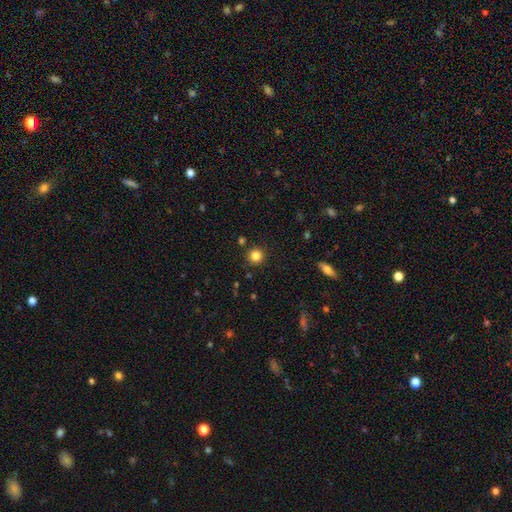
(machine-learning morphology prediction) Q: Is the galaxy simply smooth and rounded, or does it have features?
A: smooth — 83%.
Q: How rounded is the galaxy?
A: round — 94%.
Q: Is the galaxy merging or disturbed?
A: none — 90%.